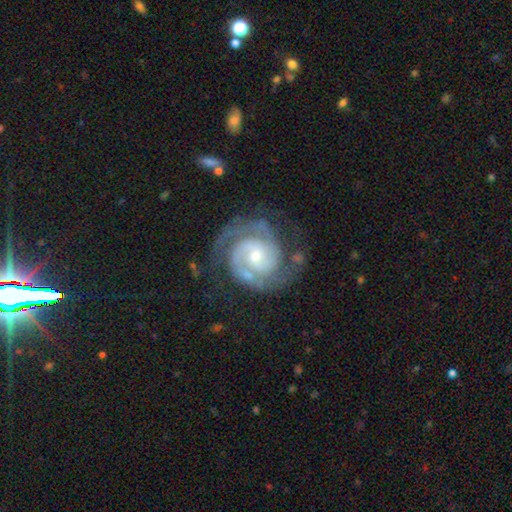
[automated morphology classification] Smooth or featured?
  - featured or disk: 91% *
  - star or artifact: 5%
  - smooth: 4%
Edge-on disk?
  - no: 98% *
  - yes: 2%
Bar?
  - no: 56% *
  - weak: 35%
  - strong: 9%
Spiral arms?
  - yes: 98% *
  - no: 2%
Spiral winding?
  - tight: 63% *
  - medium: 33%
  - loose: 4%
Spiral arm count?
  - 2: 73% *
  - 3: 14%
  - can't tell: 6%
  - 1: 2%
  - 4: 2%
  - more than 4: 2%
Bulge size?
  - small: 50% *
  - moderate: 45%
  - large: 2%
  - none: 1%
  - dominant: 1%
Merging?
  - none: 71% *
  - minor disturbance: 18%
  - major disturbance: 8%
  - merger: 2%